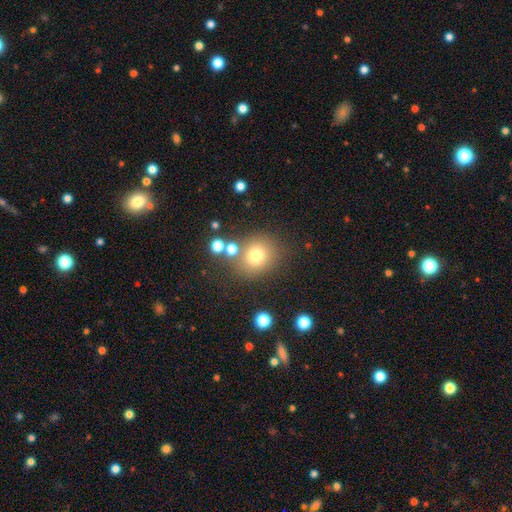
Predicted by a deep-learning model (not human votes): Morphology: type=smooth (73%); roundness=round (79%); merging=none (72%).